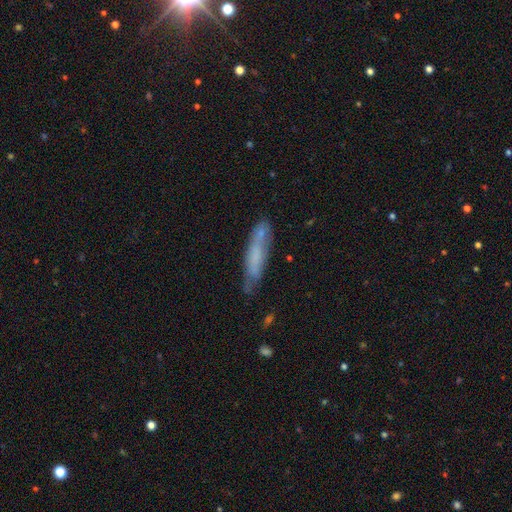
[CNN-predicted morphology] smooth_or_featured: smooth (p=0.57) [alt: featured or disk p=0.35]
how_rounded: cigar-shaped (p=0.81) [alt: in between p=0.17]
merging: none (p=0.61) [alt: minor disturbance p=0.26]